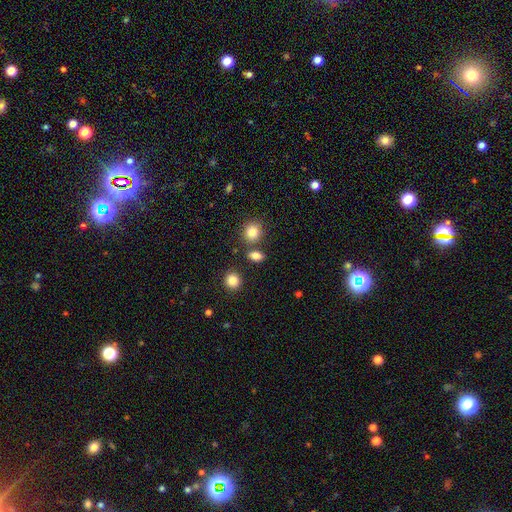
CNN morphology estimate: Q: Smooth or featured?
A: smooth (83%); runner-up: star or artifact (11%)
Q: How rounded?
A: in between (60%); runner-up: round (37%)
Q: Merging?
A: none (73%); runner-up: merger (13%)